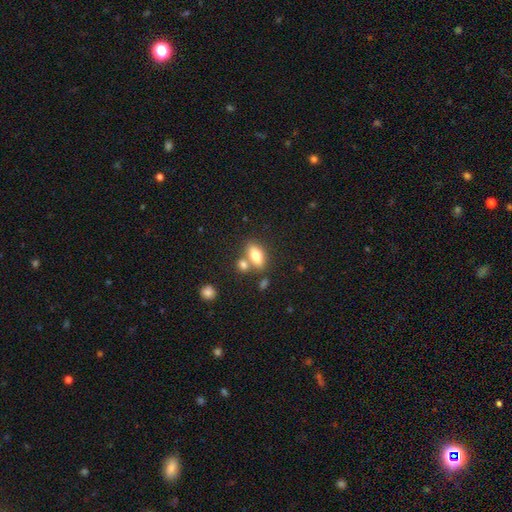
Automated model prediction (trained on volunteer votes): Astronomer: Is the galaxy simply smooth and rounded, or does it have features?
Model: smooth — 78%.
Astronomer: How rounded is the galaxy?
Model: in between — 86%.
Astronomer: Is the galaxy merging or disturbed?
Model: none — 58%.